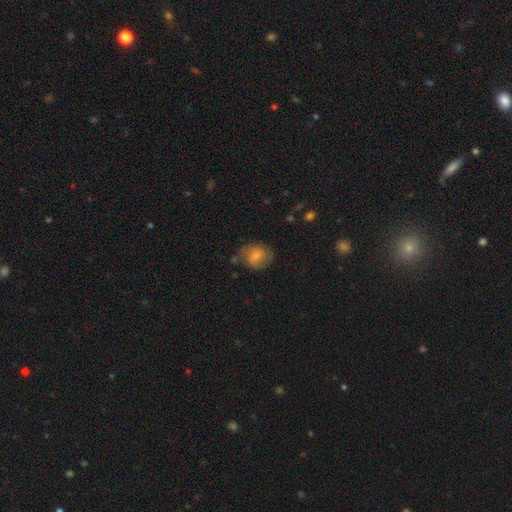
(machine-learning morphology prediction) smooth_or_featured: smooth (p=0.61) [alt: featured or disk p=0.31]
how_rounded: round (p=0.56) [alt: in between p=0.43]
merging: none (p=0.58) [alt: minor disturbance p=0.27]